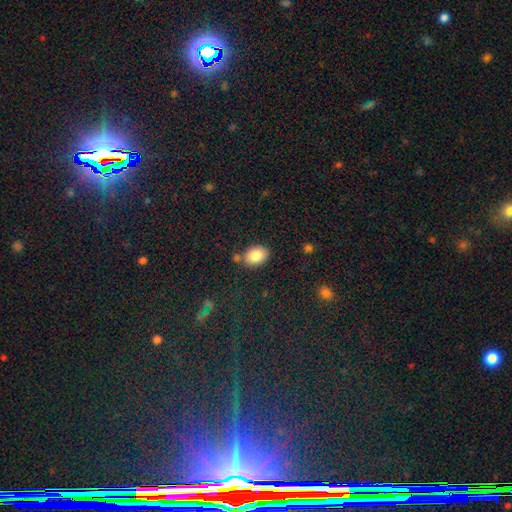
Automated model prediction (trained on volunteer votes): Smooth or featured? smooth (85%)
How rounded? in between (80%)
Merging? none (75%)